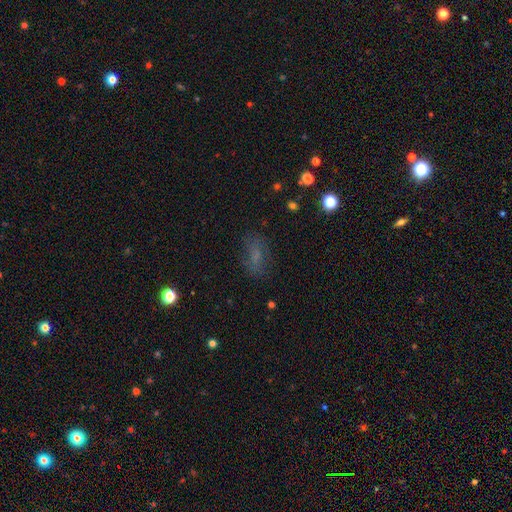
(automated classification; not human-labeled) Smooth or featured: smooth — 61% (featured or disk — 20%)
How rounded: in between — 81% (cigar-shaped — 10%)
Merging: none — 70% (minor disturbance — 18%)